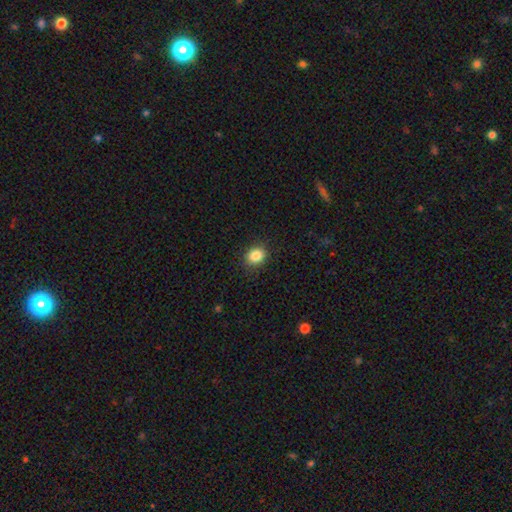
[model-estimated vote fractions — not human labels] A smooth galaxy with no disk features (85%) that is round (57%).

Vote fractions:
- Smooth or featured? smooth: 85% / star or artifact: 10% / featured or disk: 5%
- How rounded? round: 57% / in between: 42% / cigar-shaped: 1%
- Merging? none: 89% / minor disturbance: 8% / major disturbance: 2% / merger: 1%